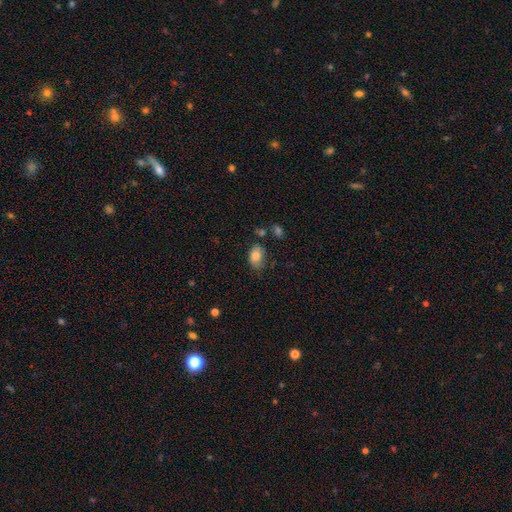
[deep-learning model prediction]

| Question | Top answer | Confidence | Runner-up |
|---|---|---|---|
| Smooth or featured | smooth | 81% | featured or disk (11%) |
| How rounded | in between | 79% | round (20%) |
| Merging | none | 63% | minor disturbance (26%) |